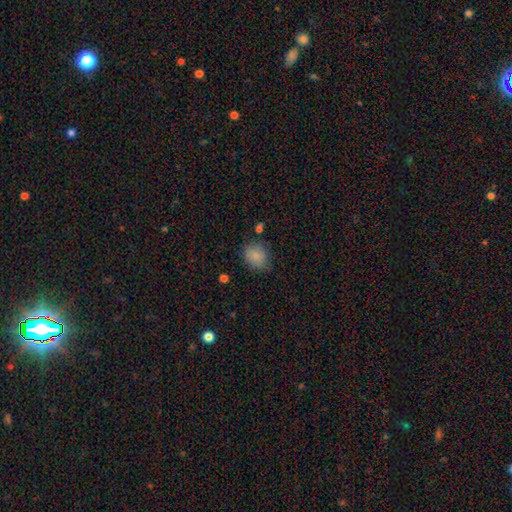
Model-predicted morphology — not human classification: The model was most divided on "how rounded": round: 57%, in between: 42%, cigar-shaped: 1%. More confident: smooth or featured — smooth (85%); merging — none (76%).